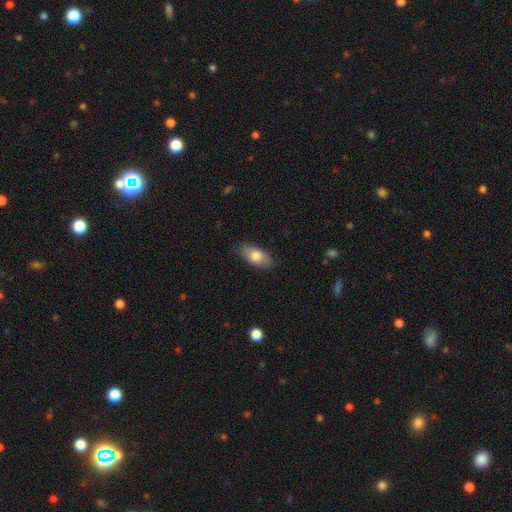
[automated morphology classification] smooth 79%, featured or disk 15%, star or artifact 6%. Down the decision tree: how rounded — in between (90%); merging — none (83%).